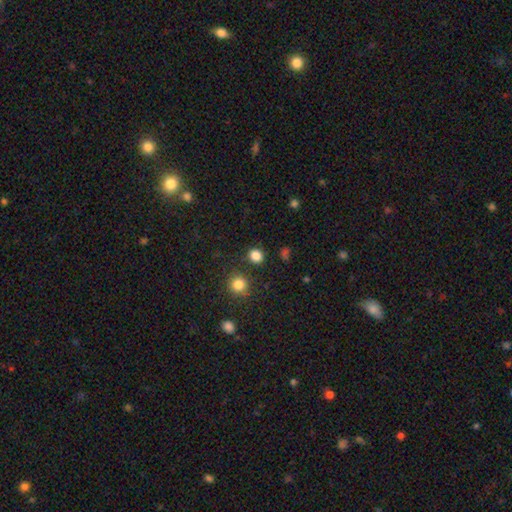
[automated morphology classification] Smooth or featured?
  - smooth: 83% *
  - star or artifact: 14%
  - featured or disk: 3%
How rounded?
  - round: 79% *
  - in between: 20%
  - cigar-shaped: 1%
Merging?
  - none: 86% *
  - minor disturbance: 7%
  - merger: 4%
  - major disturbance: 3%